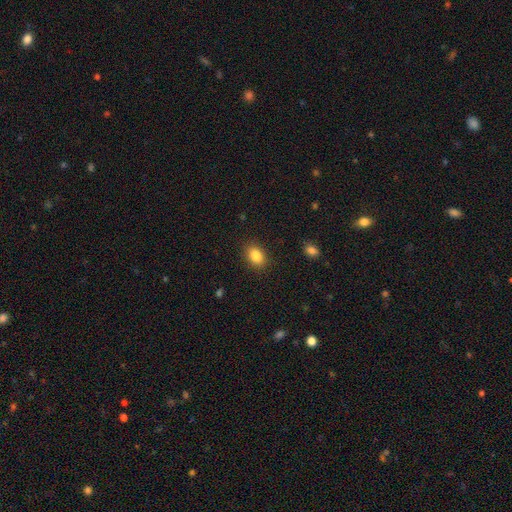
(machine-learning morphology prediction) smooth-or-featured: smooth: 86% | star or artifact: 9% | featured or disk: 5%
  how-rounded: in between: 78% | round: 21% | cigar-shaped: 1%
  merging: none: 88% | minor disturbance: 9% | major disturbance: 2% | merger: 1%